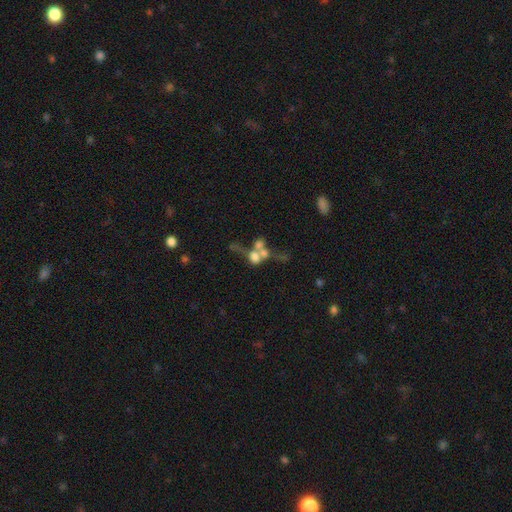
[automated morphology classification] smooth_or_featured: smooth (p=0.50) [alt: featured or disk p=0.34]
how_rounded: round (p=0.57) [alt: in between p=0.39]
merging: merger (p=0.63) [alt: none p=0.18]